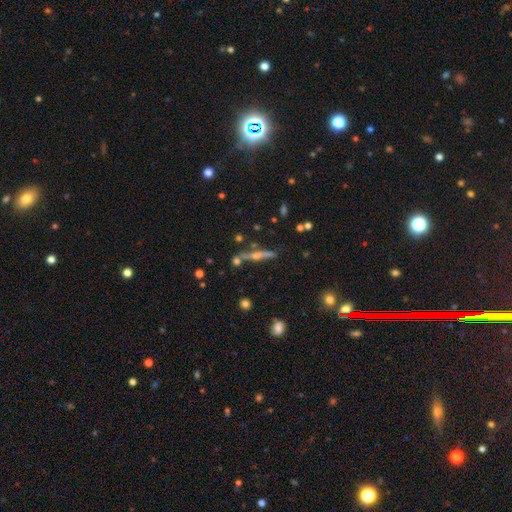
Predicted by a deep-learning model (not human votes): This is likely a featured or disk galaxy (70%). It is clearly viewed edge-on (95%). Edge-on bulge: clearly rounded (87%). Merging: likely none (76%).